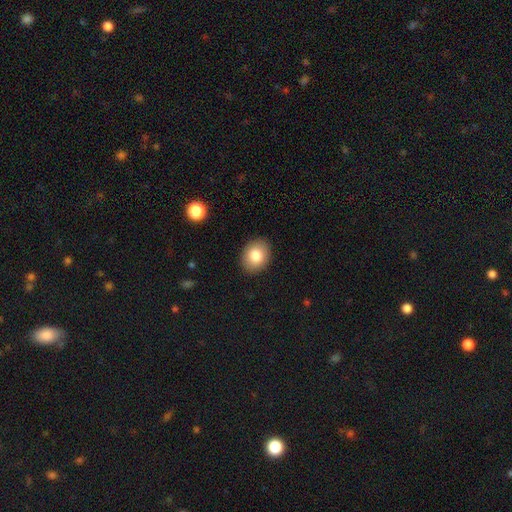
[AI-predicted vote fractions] Smooth or featured? Predicted: smooth (p=0.82). How rounded? Predicted: in between (p=0.54). Merging? Predicted: none (p=0.90).